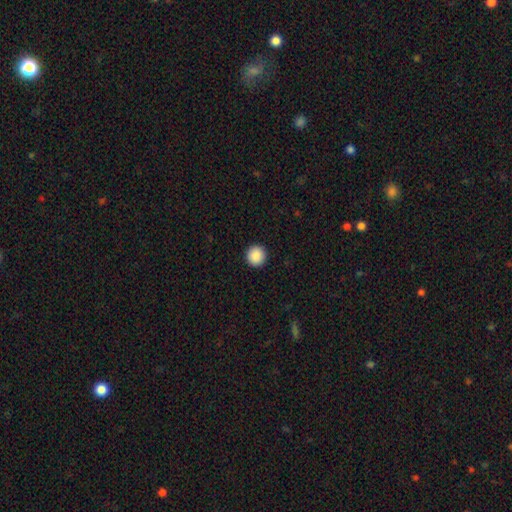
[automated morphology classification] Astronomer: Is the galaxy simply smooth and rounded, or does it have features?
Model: smooth — 89%.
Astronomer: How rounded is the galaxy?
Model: round — 95%.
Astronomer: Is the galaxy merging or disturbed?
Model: none — 93%.